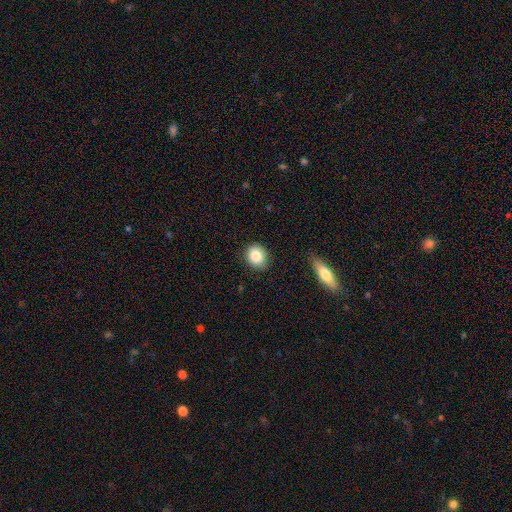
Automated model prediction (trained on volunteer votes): Overall: smooth (85%). How rounded: round (74%). Merging: none (83%).